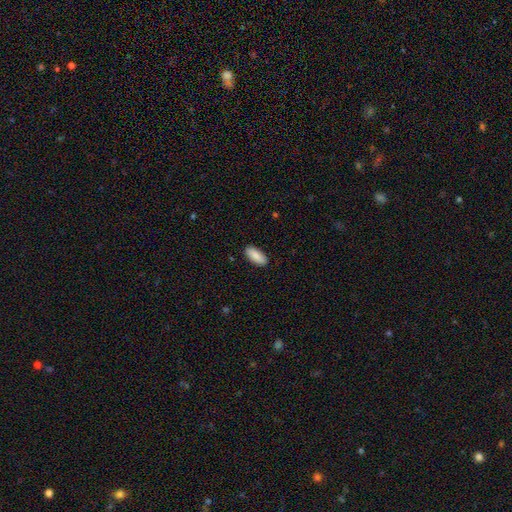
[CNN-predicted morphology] Q: Smooth or featured?
A: smooth (89%); runner-up: star or artifact (6%)
Q: How rounded?
A: in between (86%); runner-up: cigar-shaped (12%)
Q: Merging?
A: none (89%); runner-up: minor disturbance (8%)